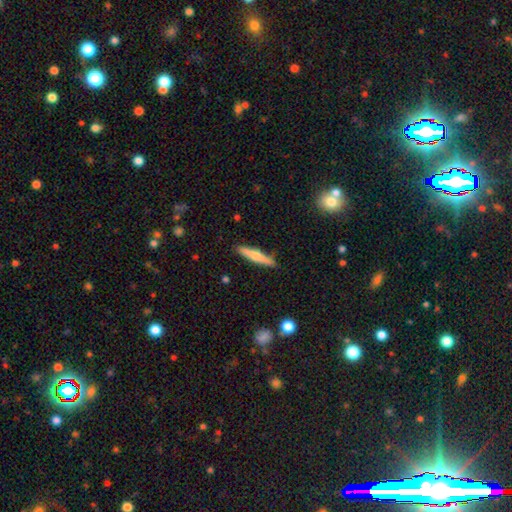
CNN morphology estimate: Smooth or featured? Predicted: smooth (p=0.60). How rounded? Predicted: cigar-shaped (p=0.89). Merging? Predicted: none (p=0.87).